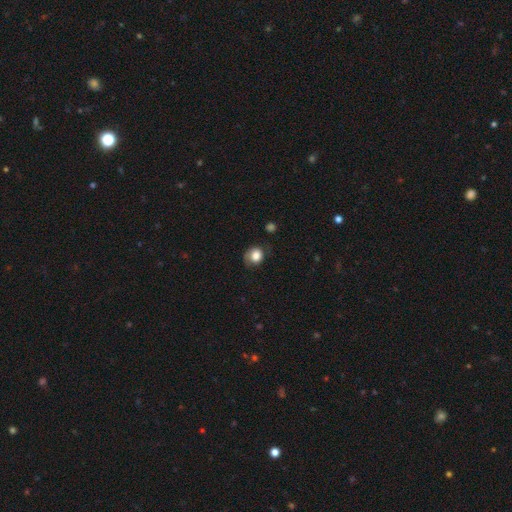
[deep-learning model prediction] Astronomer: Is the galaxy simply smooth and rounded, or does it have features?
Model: smooth — 78%.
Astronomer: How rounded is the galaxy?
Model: round — 68%.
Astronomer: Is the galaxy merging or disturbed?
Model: none — 59%.